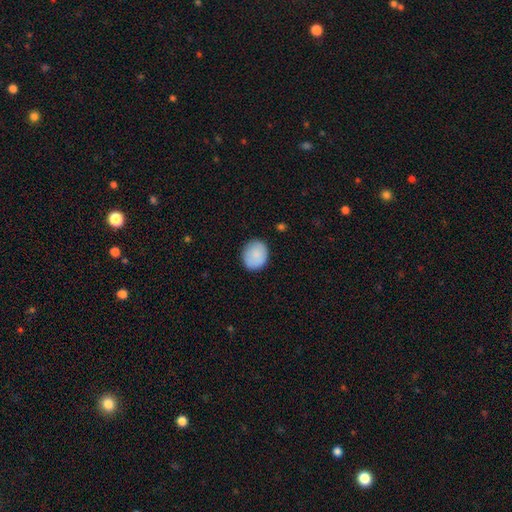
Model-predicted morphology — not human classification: Smooth or featured: smooth — 88% (star or artifact — 7%)
How rounded: round — 63% (in between — 36%)
Merging: none — 86% (minor disturbance — 11%)